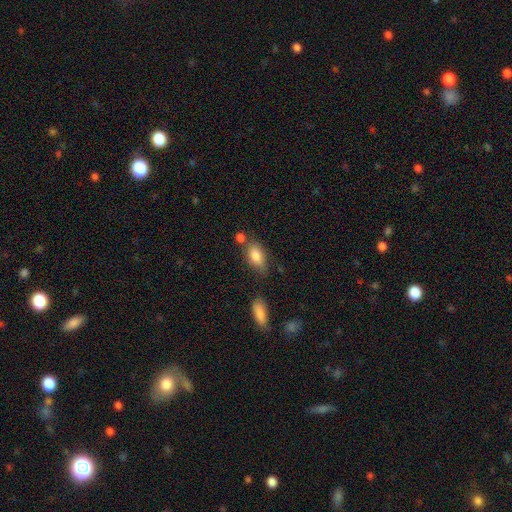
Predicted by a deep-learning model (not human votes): Smooth or featured? smooth (82%)
How rounded? in between (88%)
Merging? none (62%)